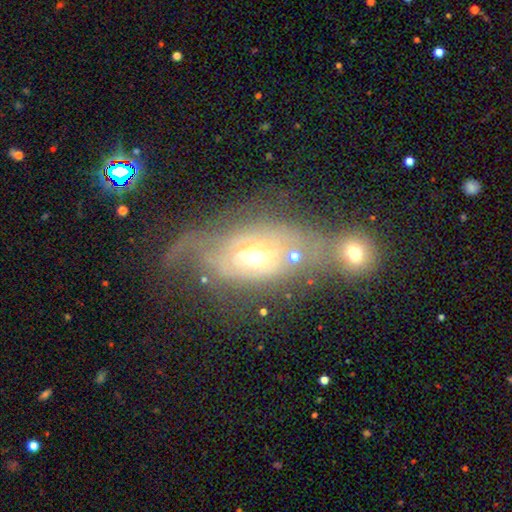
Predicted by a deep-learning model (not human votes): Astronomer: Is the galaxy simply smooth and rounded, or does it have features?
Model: featured or disk — 68%.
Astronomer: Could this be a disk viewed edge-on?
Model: no — 89%.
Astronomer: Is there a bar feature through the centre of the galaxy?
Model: no — 78%.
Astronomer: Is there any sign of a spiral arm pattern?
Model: yes — 53% (runner-up: no, 47%).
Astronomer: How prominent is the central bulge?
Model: moderate — 66%.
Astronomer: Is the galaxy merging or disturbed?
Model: major disturbance — 32% (runner-up: merger, 30%).